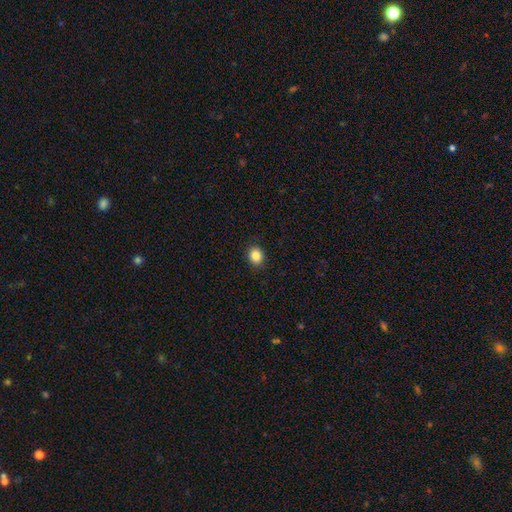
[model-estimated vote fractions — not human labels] Q: Smooth or featured?
A: smooth (86%); runner-up: star or artifact (10%)
Q: How rounded?
A: round (69%); runner-up: in between (30%)
Q: Merging?
A: none (91%); runner-up: minor disturbance (7%)